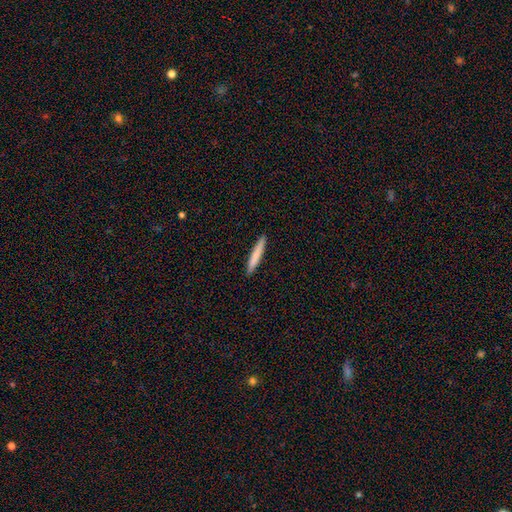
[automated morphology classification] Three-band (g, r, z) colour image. It shows a smooth galaxy with no disk features (78%) that is cigar-shaped (96%). Merging: none (92%).